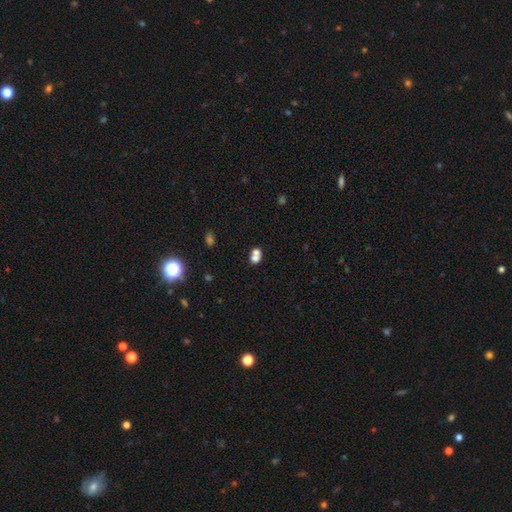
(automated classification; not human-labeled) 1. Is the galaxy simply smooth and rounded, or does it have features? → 66% smooth, 17% star or artifact, 16% featured or disk.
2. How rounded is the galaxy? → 60% round, 39% in between, 1% cigar-shaped.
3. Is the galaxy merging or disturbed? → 58% merger, 31% none, 7% minor disturbance, 4% major disturbance.